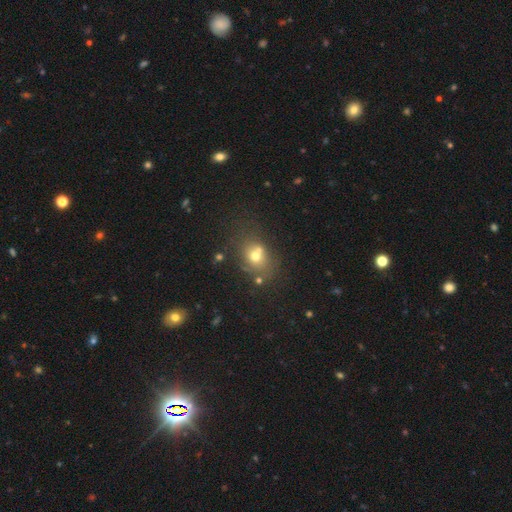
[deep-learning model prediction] The model was most divided on "how rounded": round: 58%, in between: 41%, cigar-shaped: 1%. Remaining: smooth or featured — smooth (65%); merging — none (49%).